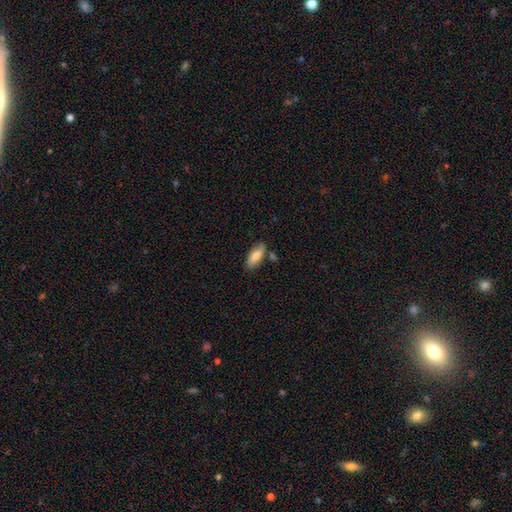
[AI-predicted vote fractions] This is likely a smooth galaxy (78%). How rounded: likely in between (73%). Merging: likely none (75%).